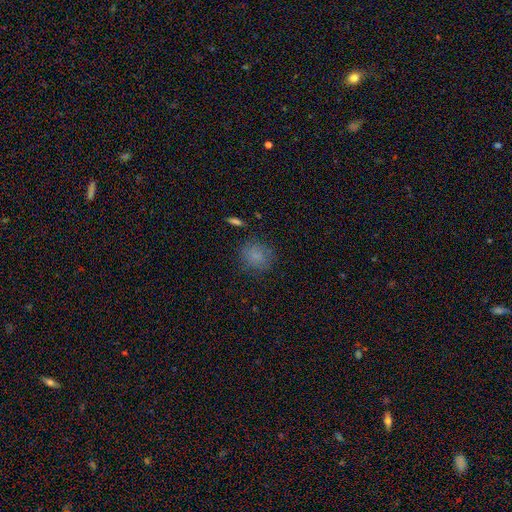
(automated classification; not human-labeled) A smooth galaxy with no disk features (81%) that is round (78%). Merging: none (79%).